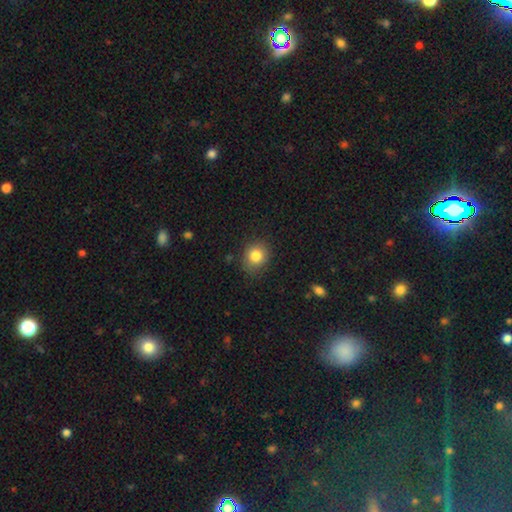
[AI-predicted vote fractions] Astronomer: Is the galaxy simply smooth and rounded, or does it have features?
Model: smooth — 83%.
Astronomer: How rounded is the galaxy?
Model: round — 72%.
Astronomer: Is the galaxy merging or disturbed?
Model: none — 83%.